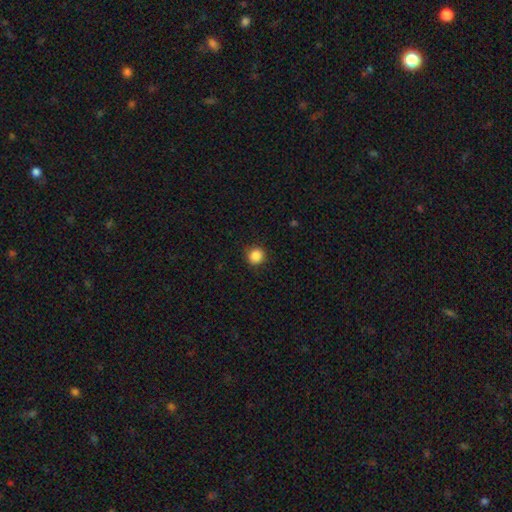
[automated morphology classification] type=smooth (87%); roundness=round (93%); merging=none (91%).